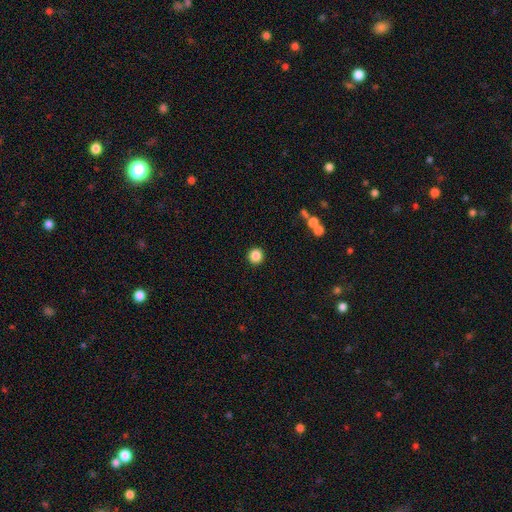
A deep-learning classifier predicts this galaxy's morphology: Overall: smooth (86%). How rounded: round (95%). Merging: none (93%).